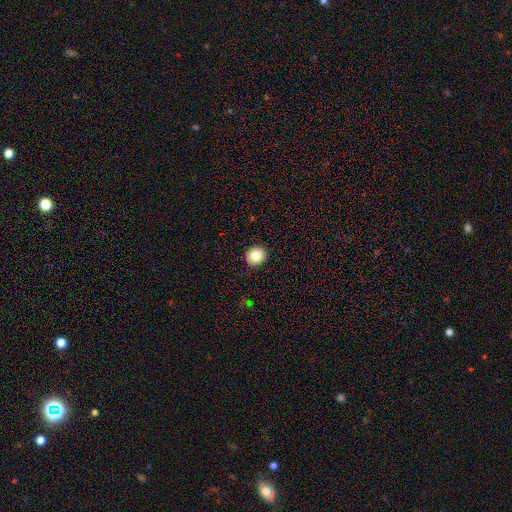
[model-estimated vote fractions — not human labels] smooth-or-featured: smooth: 83% | star or artifact: 10% | featured or disk: 7%
  how-rounded: round: 87% | in between: 12% | cigar-shaped: 1%
  merging: none: 92% | minor disturbance: 6% | major disturbance: 2% | merger: 1%